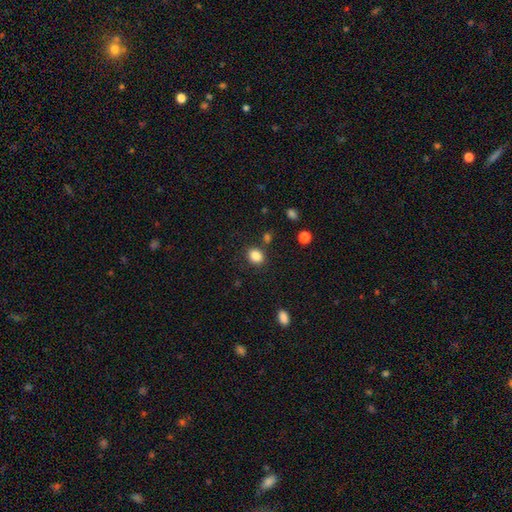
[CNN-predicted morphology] Smooth or featured?
  - smooth: 85% *
  - star or artifact: 10%
  - featured or disk: 4%
How rounded?
  - round: 58% *
  - in between: 41%
  - cigar-shaped: 1%
Merging?
  - none: 83% *
  - minor disturbance: 10%
  - merger: 5%
  - major disturbance: 3%